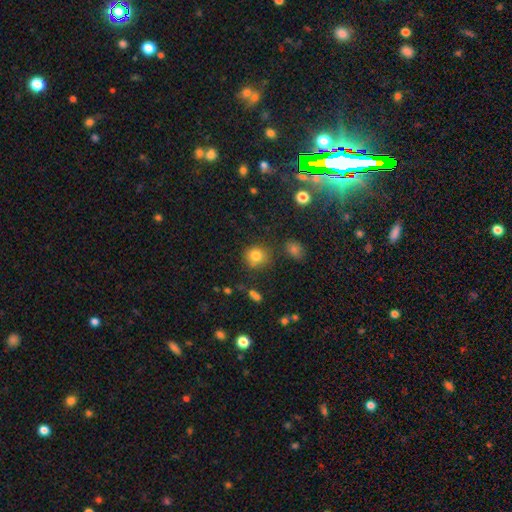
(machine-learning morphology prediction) A smooth galaxy with no disk features (81%) that is round (84%). Merging: none (76%).